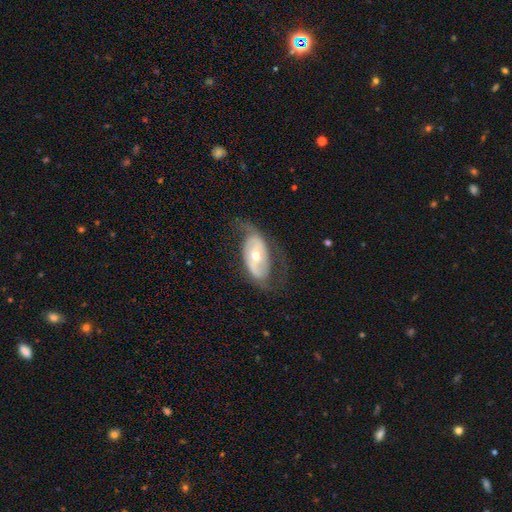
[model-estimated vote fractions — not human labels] This is likely a featured or disk galaxy (72%). It is clearly not viewed edge-on (91%). Bar: possibly no (54%). Spiral arm pattern: likely yes (71%). Central bulge: likely moderate (63%). Merging: possibly none (58%).